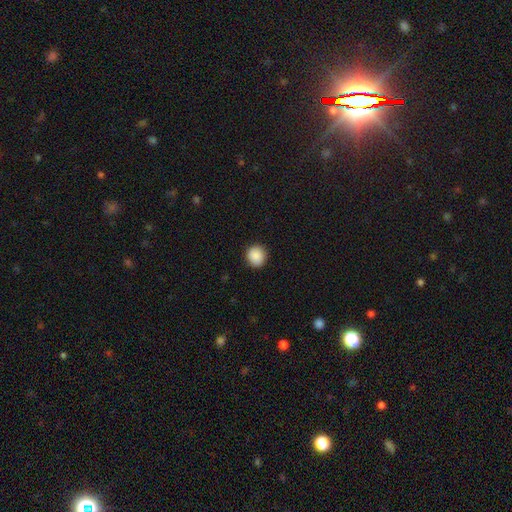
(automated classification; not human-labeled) smooth-or-featured: smooth: 90% | star or artifact: 8% | featured or disk: 2%
  how-rounded: round: 90% | in between: 9% | cigar-shaped: 1%
  merging: none: 91% | minor disturbance: 6% | major disturbance: 2% | merger: 1%